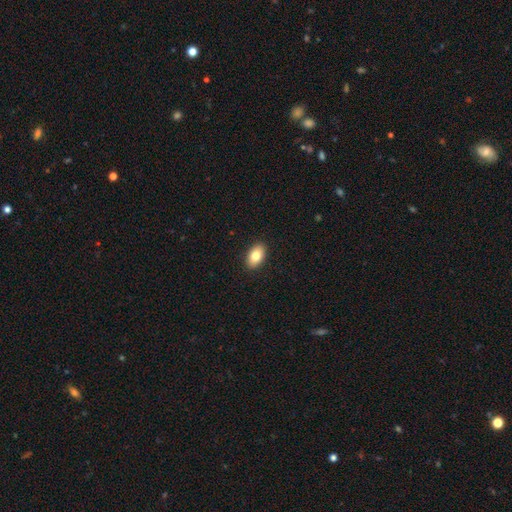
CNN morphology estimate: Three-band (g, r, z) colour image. It shows a smooth galaxy with no disk features (82%) that is in between round and cigar-shaped (92%). Merging: none (91%).